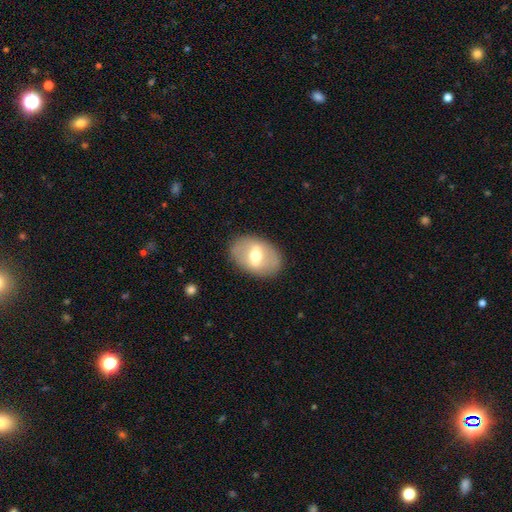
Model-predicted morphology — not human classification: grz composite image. It shows a featured or disk galaxy (49%). Merging: none (86%).